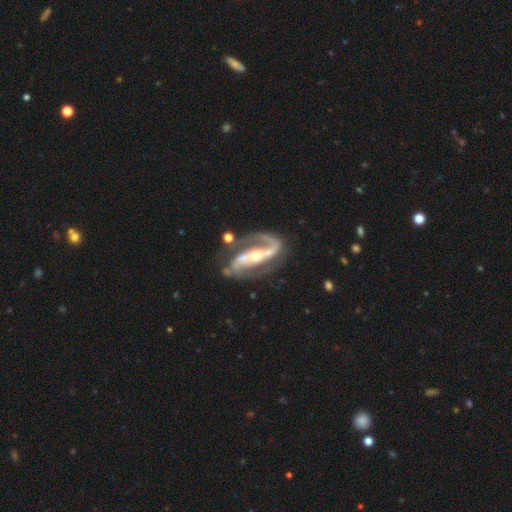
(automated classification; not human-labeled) Smooth or featured: featured or disk — 93% (star or artifact — 4%)
Edge-on disk: no — 96% (yes — 4%)
Bar: strong — 62% (weak — 21%)
Spiral arms: yes — 98% (no — 2%)
Spiral winding: medium — 55% (loose — 25%)
Spiral arm count: 2 — 92% (1 — 3%)
Bulge size: moderate — 60% (small — 32%)
Merging: none — 69% (minor disturbance — 16%)